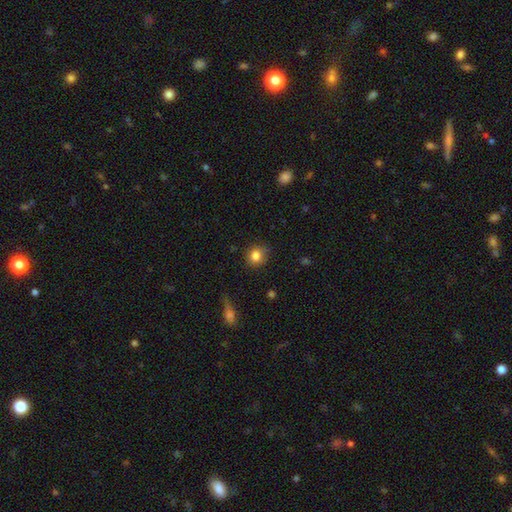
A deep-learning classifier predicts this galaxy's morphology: A smooth galaxy with no disk features (83%) that is round (82%). Merging: none (80%).